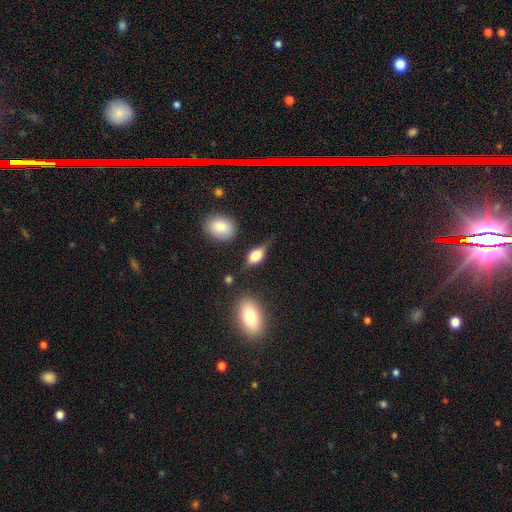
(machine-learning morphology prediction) This is likely a smooth galaxy (73%). How rounded: clearly in between (83%). Merging: possibly none (51%).